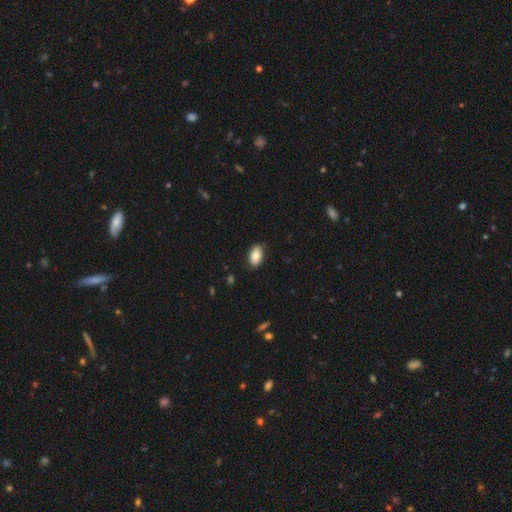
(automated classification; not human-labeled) A smooth galaxy with no disk features (80%) that is in between round and cigar-shaped (93%). Merging: none (86%).